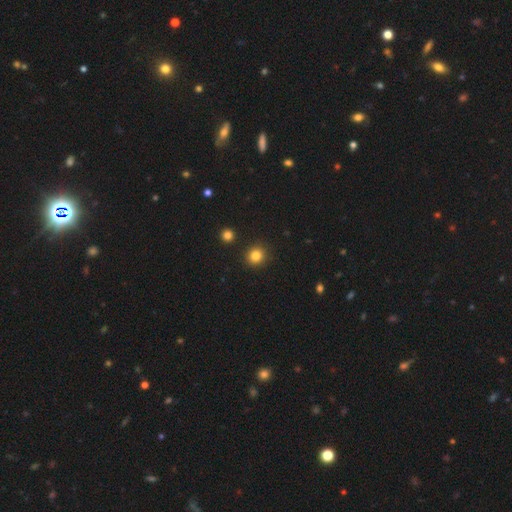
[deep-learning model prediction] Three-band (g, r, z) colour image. It shows a smooth galaxy with no disk features (83%) that is round (89%). Merging: none (90%).